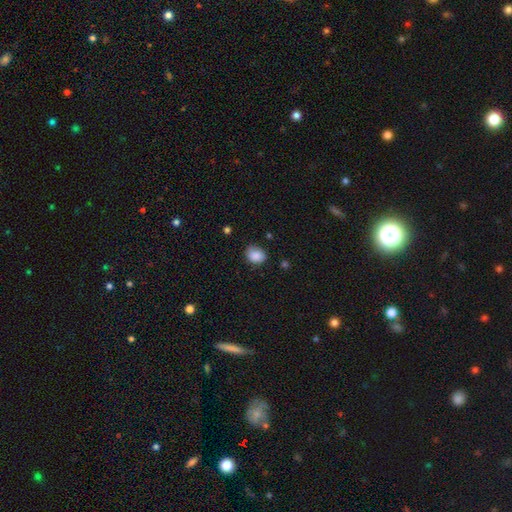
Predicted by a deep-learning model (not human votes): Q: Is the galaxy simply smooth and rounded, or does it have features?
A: smooth — 87%.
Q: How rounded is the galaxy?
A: in between — 52%.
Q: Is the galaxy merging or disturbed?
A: none — 71%.